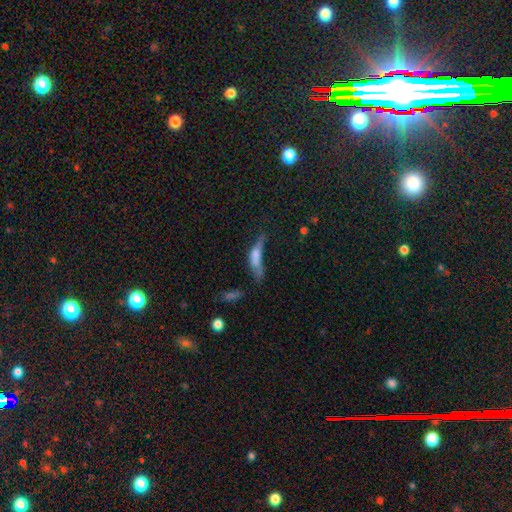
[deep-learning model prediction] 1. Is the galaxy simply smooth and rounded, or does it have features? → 53% smooth, 34% featured or disk, 13% star or artifact.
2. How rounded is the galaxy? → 52% cigar-shaped, 43% in between, 5% round.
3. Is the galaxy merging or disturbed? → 40% major disturbance, 22% none, 20% minor disturbance, 18% merger.